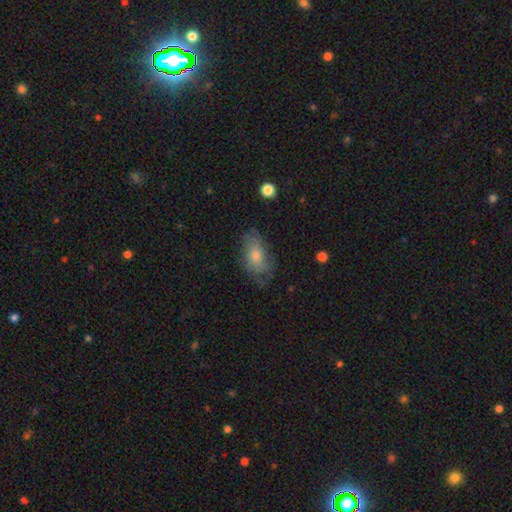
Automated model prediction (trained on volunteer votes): smooth 60%, featured or disk 31%, star or artifact 9%. Down the decision tree: how rounded — in between (88%); merging — none (63%).